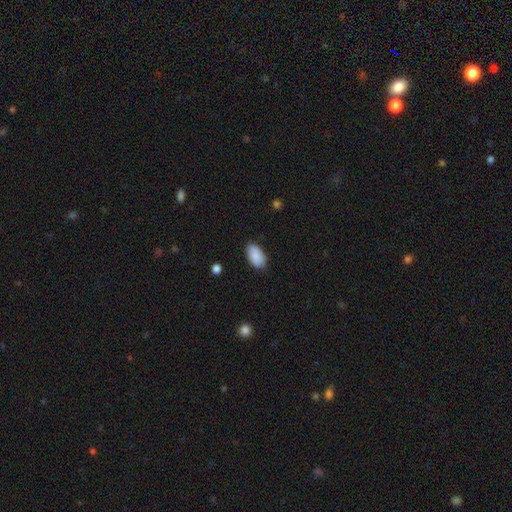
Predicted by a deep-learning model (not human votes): Smooth or featured? Predicted: smooth (p=0.90). How rounded? Predicted: in between (p=0.95). Merging? Predicted: none (p=0.84).